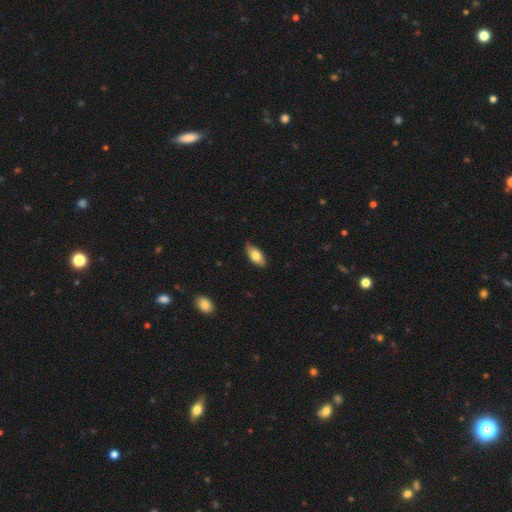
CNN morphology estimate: Smooth or featured? smooth (79%)
How rounded? in between (90%)
Merging? none (80%)